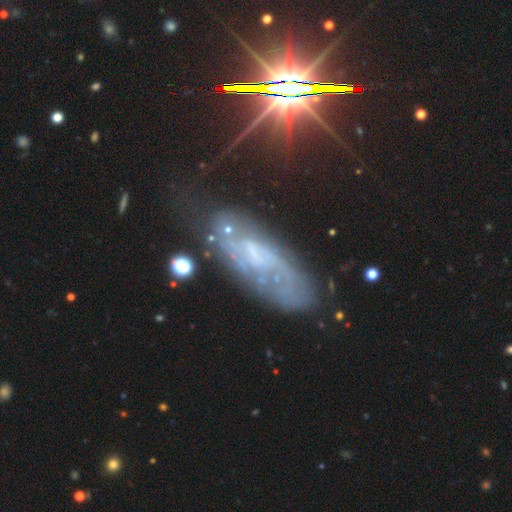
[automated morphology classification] type=featured or disk (56%); edge-on=no (81%); merging=none (57%).